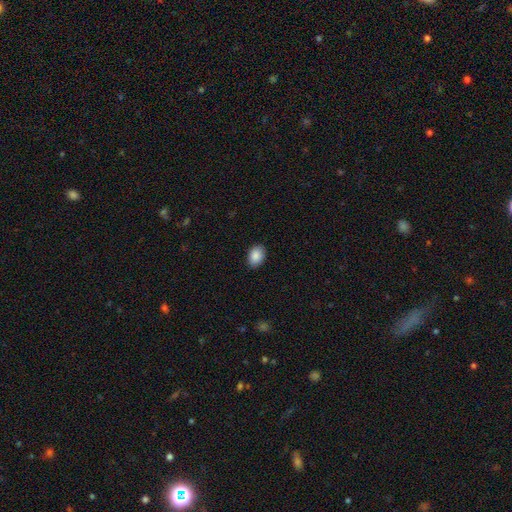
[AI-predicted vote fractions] Smooth or featured? Predicted: smooth (p=0.89). How rounded? Predicted: in between (p=0.80). Merging? Predicted: none (p=0.89).